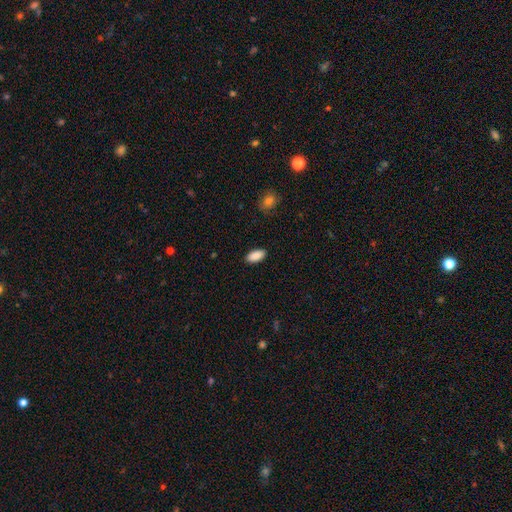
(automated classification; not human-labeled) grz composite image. It shows a smooth galaxy with no disk features (90%) that is in between round and cigar-shaped (91%). Merging: none (89%).